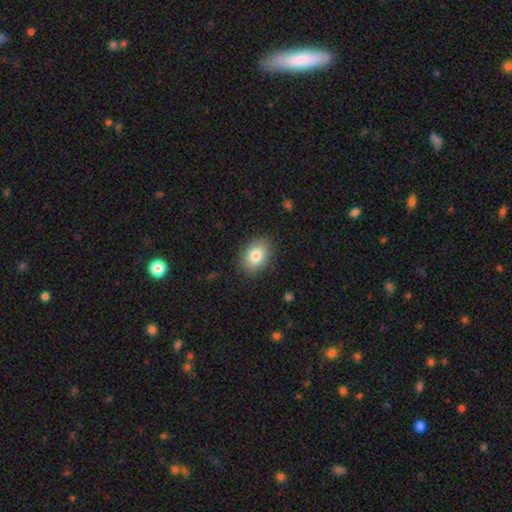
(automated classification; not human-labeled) A smooth galaxy with no disk features (82%) that is in between round and cigar-shaped (76%).

Vote fractions:
- Smooth or featured? smooth: 82% / featured or disk: 10% / star or artifact: 8%
- How rounded? in between: 76% / round: 23% / cigar-shaped: 1%
- Merging? none: 87% / minor disturbance: 10% / major disturbance: 3% / merger: 1%